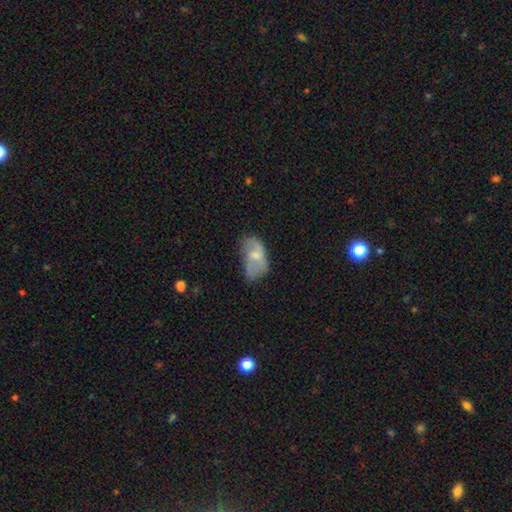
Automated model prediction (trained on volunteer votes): Smooth or featured?
  - smooth: 51% *
  - featured or disk: 41%
  - star or artifact: 8%
How rounded?
  - in between: 91% *
  - round: 6%
  - cigar-shaped: 2%
Merging?
  - none: 38% *
  - minor disturbance: 34%
  - major disturbance: 24%
  - merger: 5%